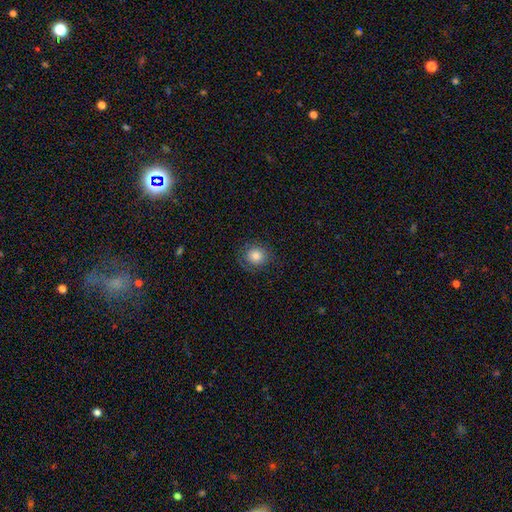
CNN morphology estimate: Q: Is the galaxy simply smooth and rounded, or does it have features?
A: smooth — 79%.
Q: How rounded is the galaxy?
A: round — 85%.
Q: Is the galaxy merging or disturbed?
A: none — 80%.